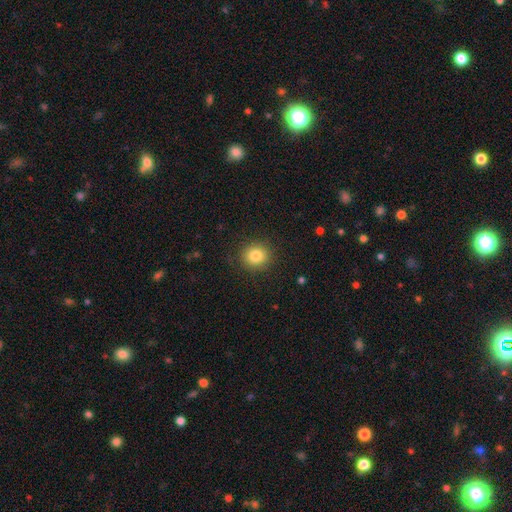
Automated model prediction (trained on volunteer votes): Smooth or featured? Predicted: smooth (p=0.83). How rounded? Predicted: round (p=0.87). Merging? Predicted: none (p=0.88).